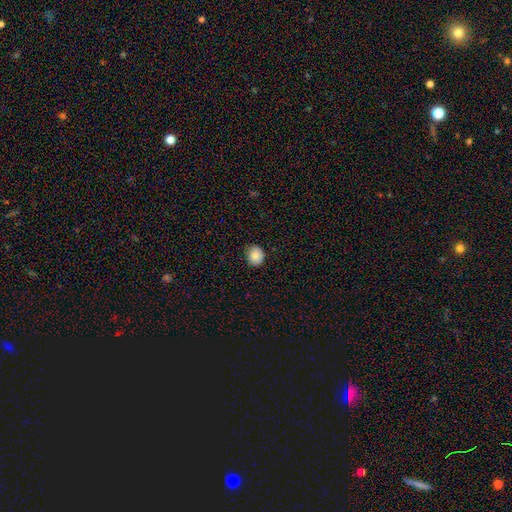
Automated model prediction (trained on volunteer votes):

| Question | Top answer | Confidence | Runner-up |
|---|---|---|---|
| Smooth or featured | smooth | 84% | star or artifact (9%) |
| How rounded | round | 74% | in between (25%) |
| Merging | none | 85% | minor disturbance (12%) |